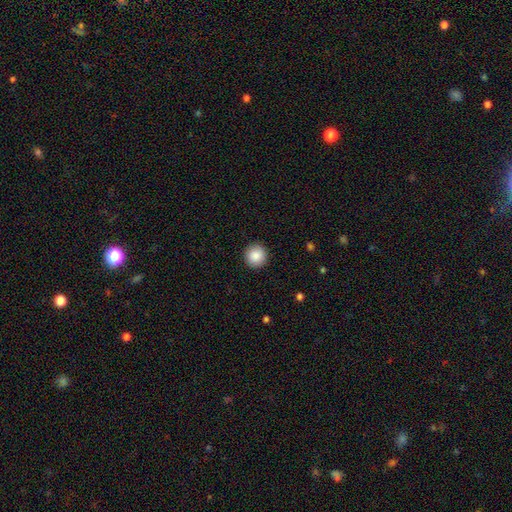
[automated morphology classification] smooth-or-featured: smooth: 88% | star or artifact: 8% | featured or disk: 4%
  how-rounded: round: 96% | in between: 3% | cigar-shaped: 1%
  merging: none: 93% | minor disturbance: 5% | major disturbance: 2% | merger: 1%